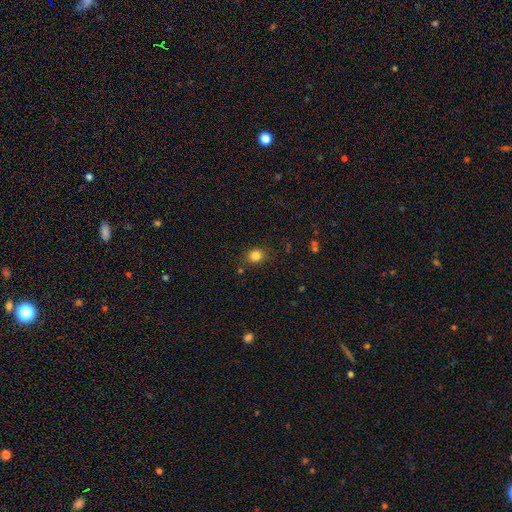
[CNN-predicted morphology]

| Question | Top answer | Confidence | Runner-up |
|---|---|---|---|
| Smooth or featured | smooth | 83% | star or artifact (12%) |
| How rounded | round | 69% | in between (31%) |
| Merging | none | 83% | minor disturbance (12%) |